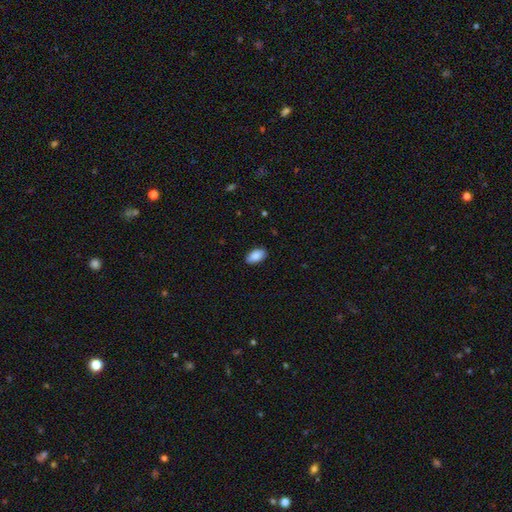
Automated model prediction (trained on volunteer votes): This appears to be a smooth galaxy with no disk features (87%) that is in between round and cigar-shaped (94%). Merging: none (88%).